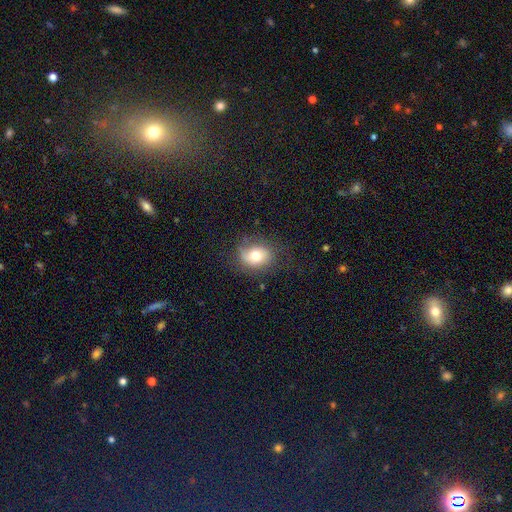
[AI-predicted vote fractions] Smooth or featured?
  - smooth: 65% *
  - featured or disk: 25%
  - star or artifact: 10%
How rounded?
  - in between: 55% *
  - round: 44%
  - cigar-shaped: 1%
Merging?
  - none: 64% *
  - minor disturbance: 23%
  - major disturbance: 11%
  - merger: 2%